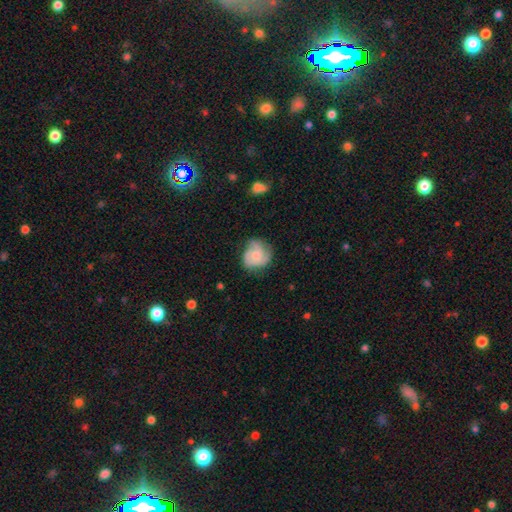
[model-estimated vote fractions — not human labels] smooth-or-featured: featured or disk: 53% | smooth: 40% | star or artifact: 7%
  disk-edge-on: no: 98% | yes: 2%
    bar: no: 76% | weak: 21% | strong: 3%
    has-spiral-arms: yes: 86% | no: 14%
    bulge-size: moderate: 42% (tied) | small: 42% (tied) | none: 10% | large: 5% | dominant: 1%
  merging: none: 60% | minor disturbance: 27% | major disturbance: 11% | merger: 2%